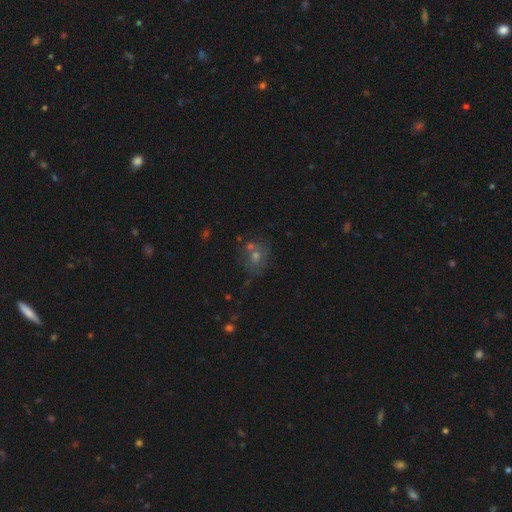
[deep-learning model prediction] Smooth or featured? smooth (47%)
Merging? none (57%)